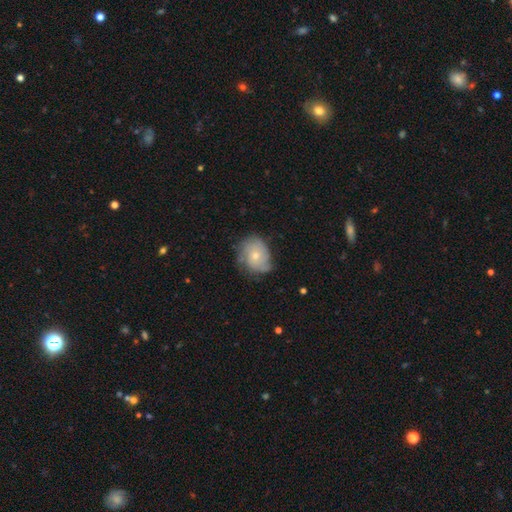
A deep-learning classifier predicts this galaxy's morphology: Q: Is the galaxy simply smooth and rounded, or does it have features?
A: smooth — 50%.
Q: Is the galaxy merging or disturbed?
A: none — 58%.